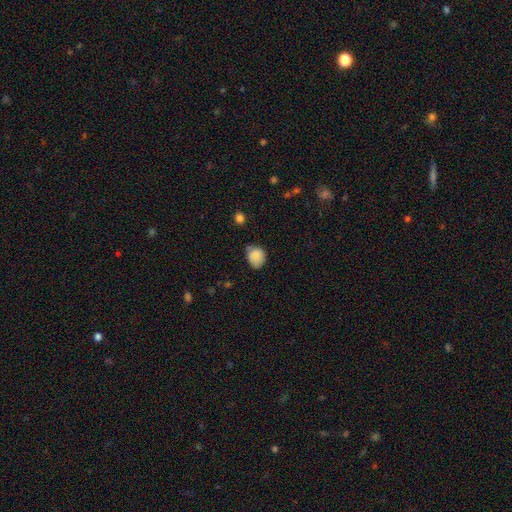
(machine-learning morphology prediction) type=smooth (85%); roundness=round (61%); merging=none (56%).